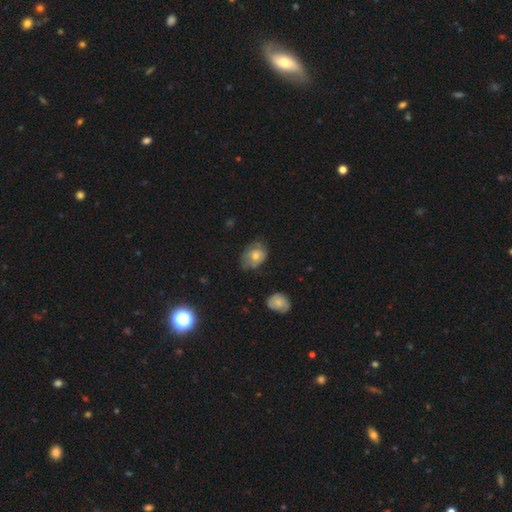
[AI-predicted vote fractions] Q: Smooth or featured?
A: smooth (58%); runner-up: featured or disk (33%)
Q: How rounded?
A: in between (64%); runner-up: round (35%)
Q: Merging?
A: none (52%); runner-up: minor disturbance (34%)